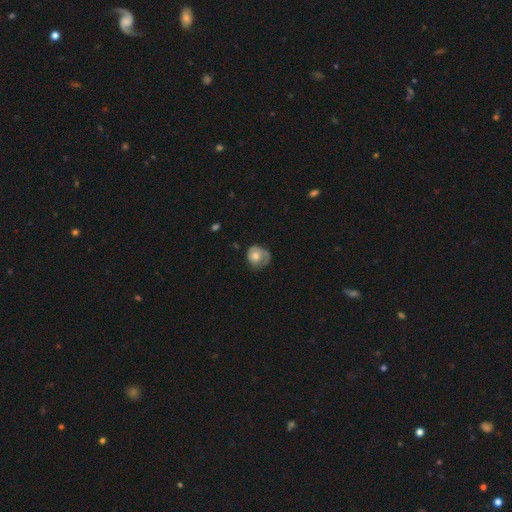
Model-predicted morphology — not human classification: A smooth galaxy with no disk features (48%). Merging: none (46%).